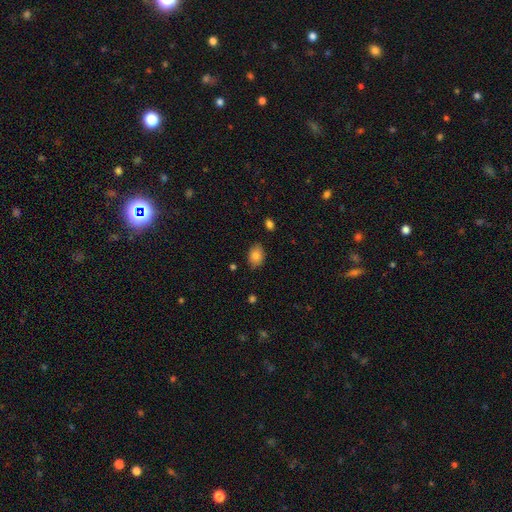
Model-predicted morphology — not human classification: A smooth galaxy with no disk features (81%) that is in between round and cigar-shaped (77%). Merging: none (82%).